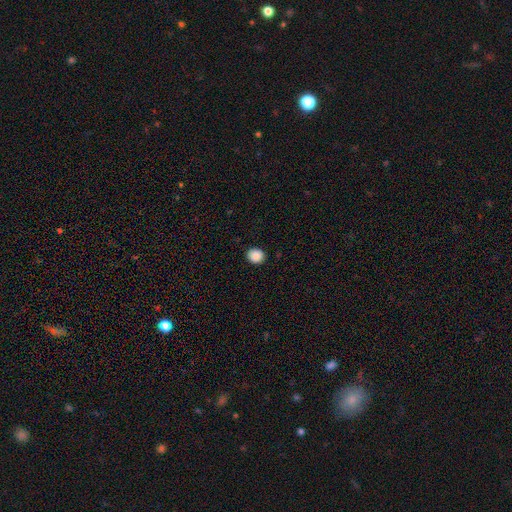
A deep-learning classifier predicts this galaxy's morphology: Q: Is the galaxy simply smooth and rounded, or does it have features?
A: smooth — 89%.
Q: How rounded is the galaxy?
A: round — 75%.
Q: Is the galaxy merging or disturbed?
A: none — 90%.